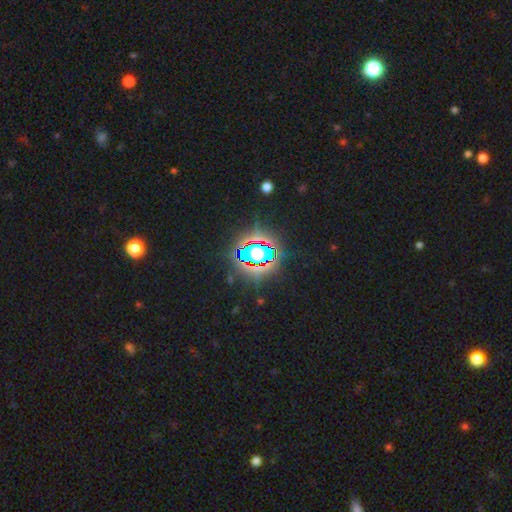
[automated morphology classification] Smooth or featured? star or artifact (76%)